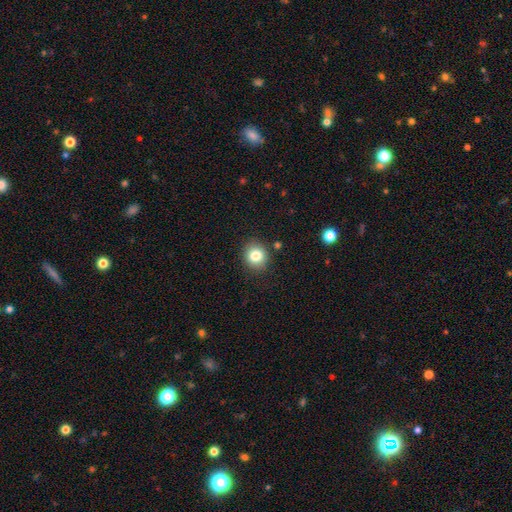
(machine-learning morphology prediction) This is clearly a smooth galaxy (82%). How rounded: clearly round (80%). Merging: clearly none (86%).